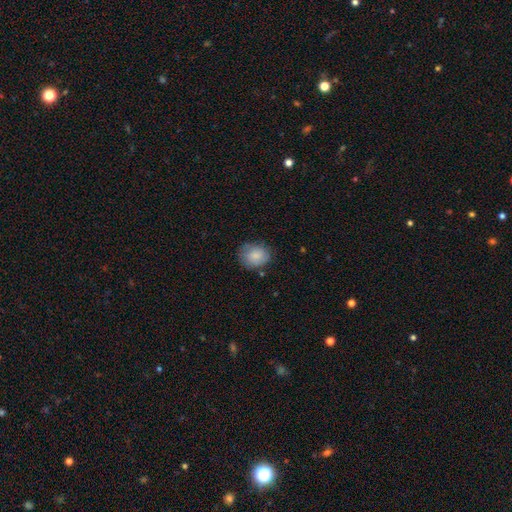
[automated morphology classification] smooth_or_featured: smooth (p=0.82) [alt: featured or disk p=0.11]
how_rounded: round (p=0.58) [alt: in between p=0.42]
merging: none (p=0.70) [alt: minor disturbance p=0.22]